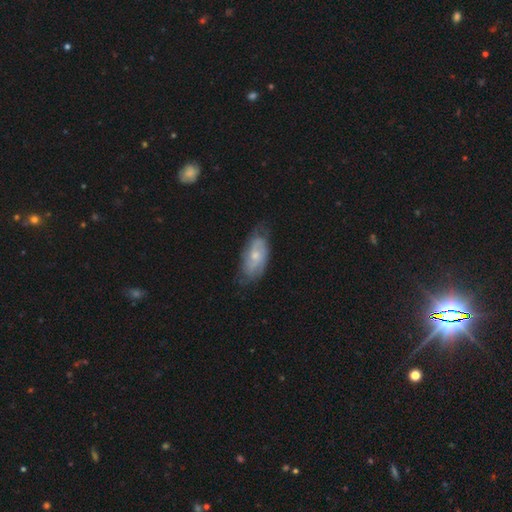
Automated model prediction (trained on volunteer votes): Overall: featured or disk (57%; smooth 36%). Edge-on disk: no (91%). Bar: no (71%). Spiral arms: yes (78%). Bulge size: small (54%; moderate 40%). Merging: none (65%; minor disturbance 26%).